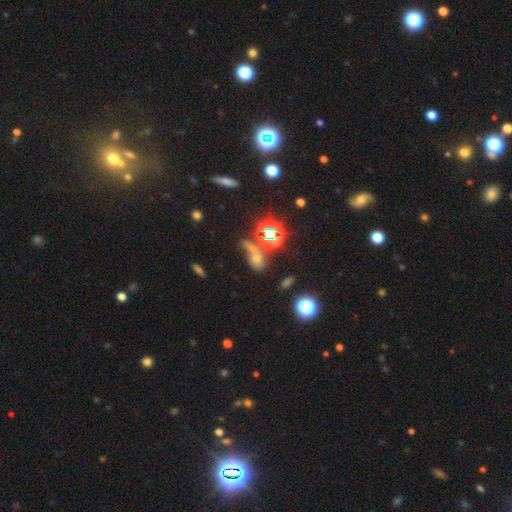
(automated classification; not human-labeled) Smooth or featured? Predicted: smooth (p=0.43). Merging? Predicted: none (p=0.37).